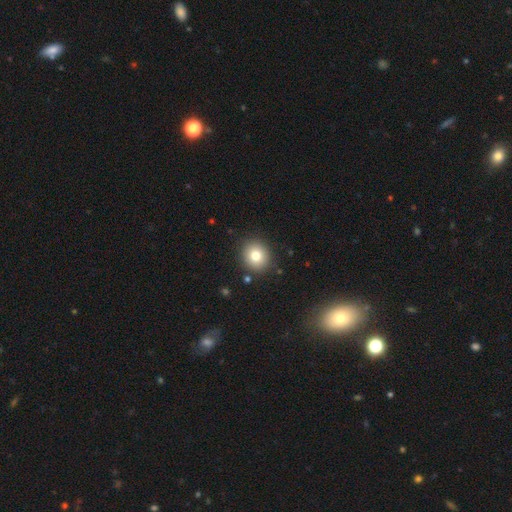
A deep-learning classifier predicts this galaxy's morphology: smooth 78%, star or artifact 11%, featured or disk 11%. Down the decision tree: how rounded — round (85%); merging — none (89%).